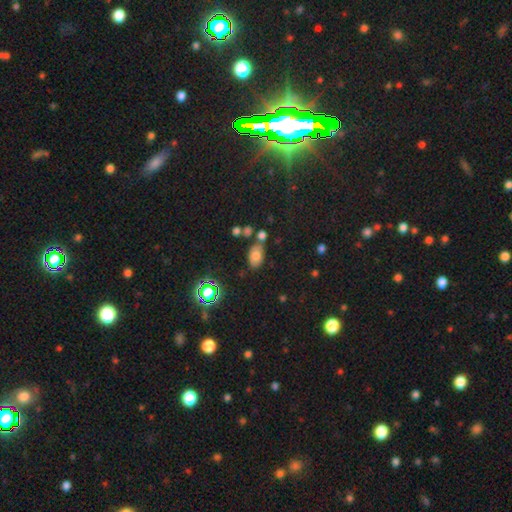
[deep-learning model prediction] Q: Smooth or featured?
A: smooth (70%); runner-up: star or artifact (19%)
Q: How rounded?
A: in between (87%); runner-up: round (11%)
Q: Merging?
A: none (64%); runner-up: minor disturbance (16%)